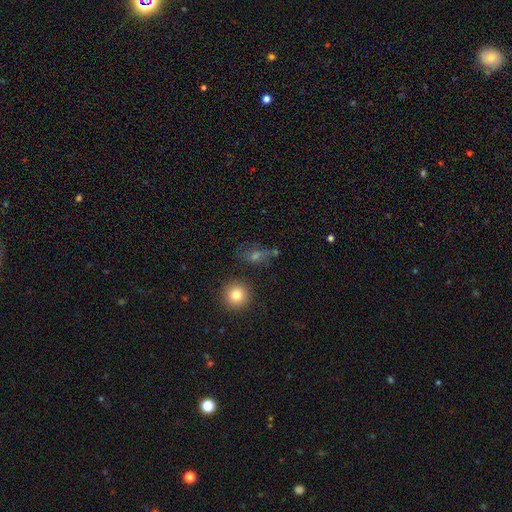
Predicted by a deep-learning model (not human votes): The model was most divided on "smooth or featured": smooth: 49%, star or artifact: 26%, featured or disk: 24%. More confident: merging — none (65%).